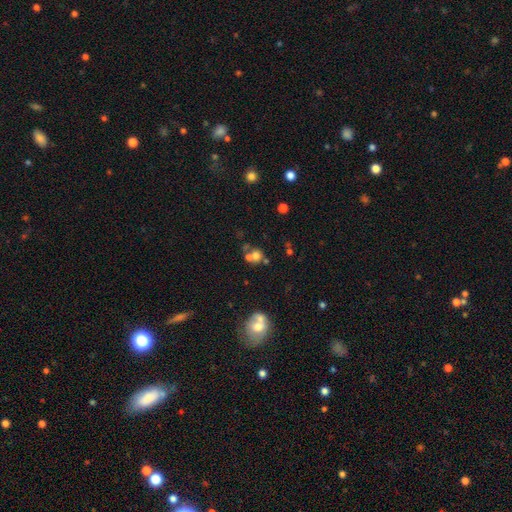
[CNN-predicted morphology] The model was most divided on "merging": merger: 45%, none: 41%, minor disturbance: 9%, major disturbance: 6%. More confident: how rounded — round (80%); smooth or featured — smooth (65%).